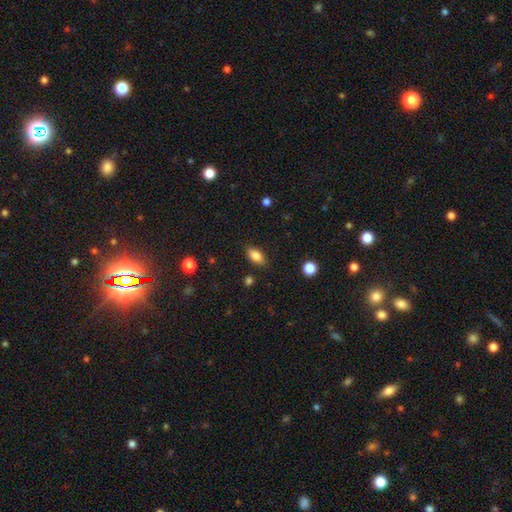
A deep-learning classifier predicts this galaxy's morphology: A smooth galaxy with no disk features (84%) that is in between round and cigar-shaped (88%).

Vote fractions:
- Smooth or featured? smooth: 84% / star or artifact: 8% / featured or disk: 8%
- How rounded? in between: 88% / cigar-shaped: 7% / round: 5%
- Merging? none: 85% / minor disturbance: 11% / major disturbance: 3% / merger: 1%